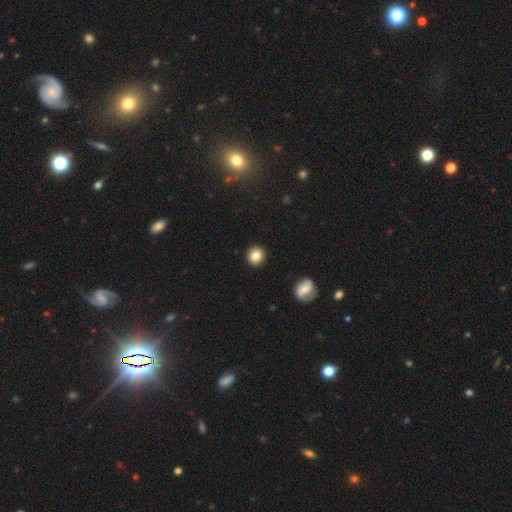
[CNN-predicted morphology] A smooth galaxy with no disk features (83%) that is round (86%). Merging: none (91%).